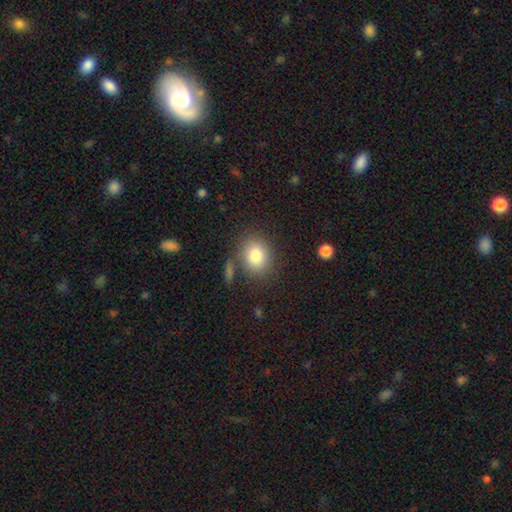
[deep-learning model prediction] Overall: smooth (82%). How rounded: round (60%; in between 39%). Merging: none (77%).